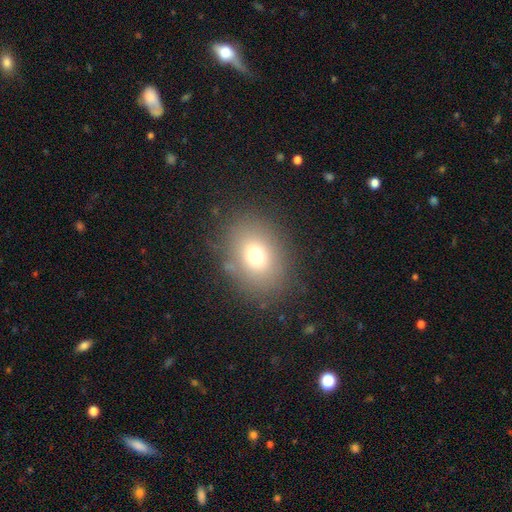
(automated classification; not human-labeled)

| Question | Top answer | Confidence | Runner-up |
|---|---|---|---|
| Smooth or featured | smooth | 71% | star or artifact (15%) |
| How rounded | in between | 57% | round (42%) |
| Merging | none | 82% | minor disturbance (11%) |